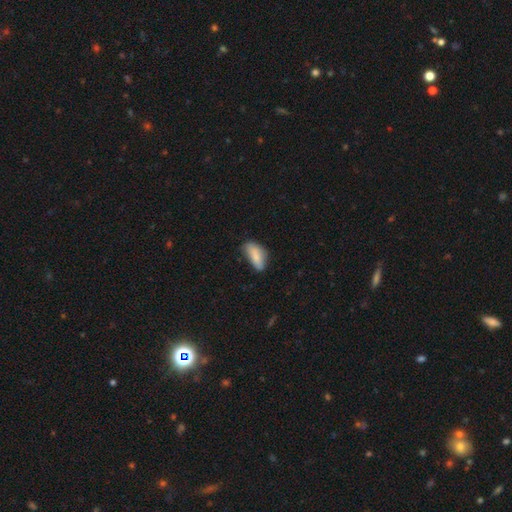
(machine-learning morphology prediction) smooth-or-featured: smooth: 83% | featured or disk: 10% | star or artifact: 7%
  how-rounded: in between: 86% | cigar-shaped: 11% | round: 3%
  merging: none: 54% | minor disturbance: 35% | major disturbance: 8% | merger: 3%